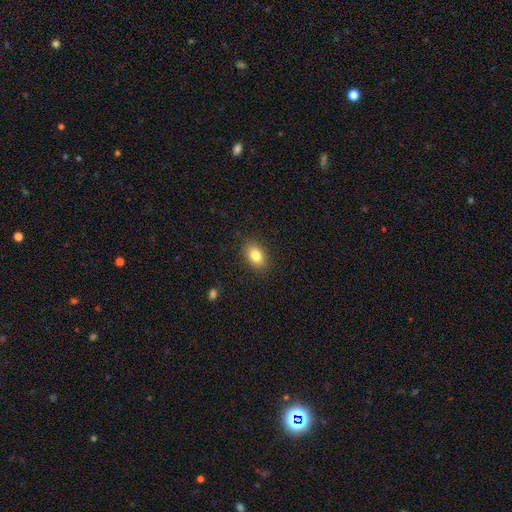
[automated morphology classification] smooth-or-featured: smooth: 82% | featured or disk: 9% | star or artifact: 9%
  how-rounded: in between: 83% | round: 16% | cigar-shaped: 2%
  merging: none: 88% | minor disturbance: 9% | major disturbance: 2% | merger: 1%